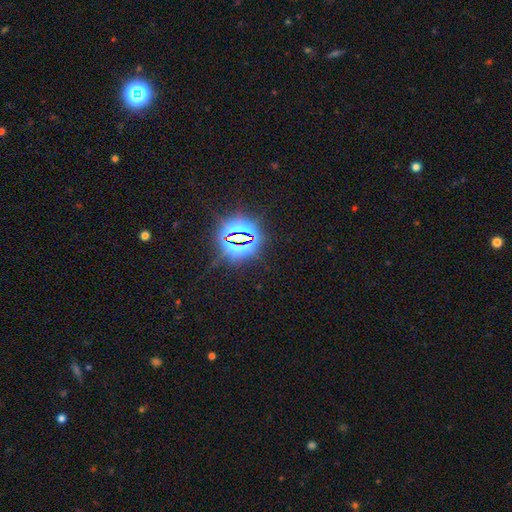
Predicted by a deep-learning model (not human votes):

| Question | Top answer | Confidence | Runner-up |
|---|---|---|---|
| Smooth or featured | star or artifact | 82% | smooth (10%) |